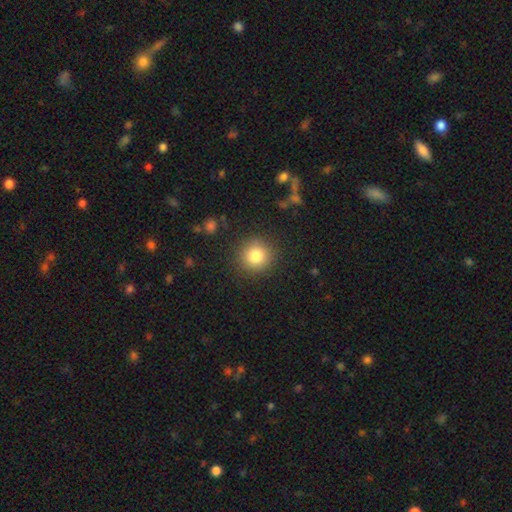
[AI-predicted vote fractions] The model was most divided on "smooth or featured": smooth: 82%, star or artifact: 11%, featured or disk: 7%. More confident: how rounded — round (93%); merging — none (89%).